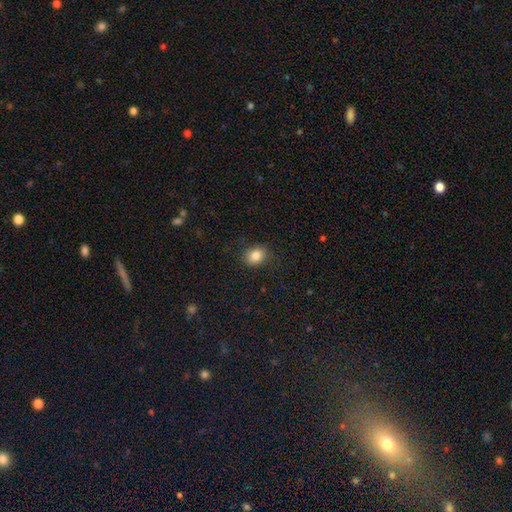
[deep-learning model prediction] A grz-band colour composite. It shows a smooth galaxy with no disk features (84%) that is round (51%). Merging: none (84%).